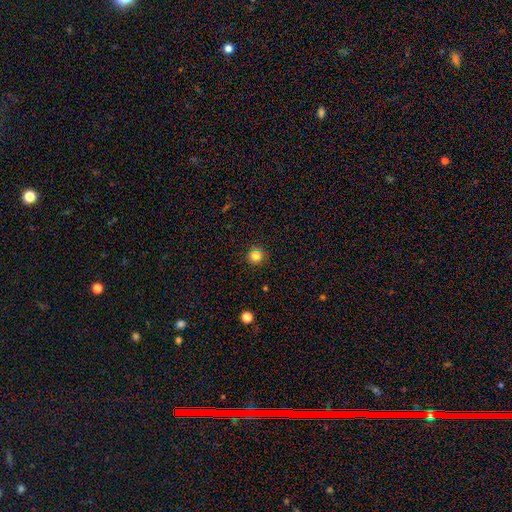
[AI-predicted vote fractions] A smooth galaxy with no disk features (82%) that is round (94%). Merging: none (91%).